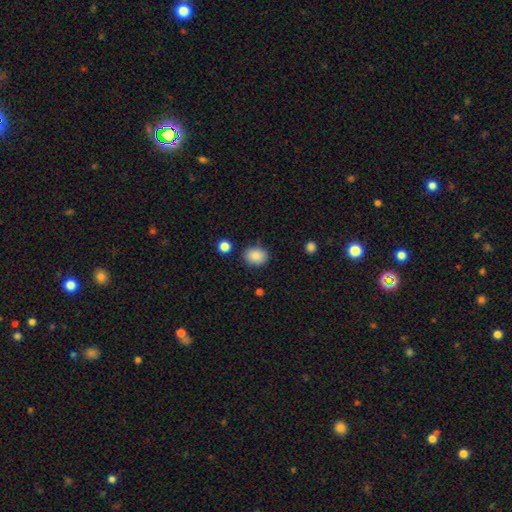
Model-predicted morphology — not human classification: Overall: smooth (87%). How rounded: round (51%; in between 48%). Merging: none (82%).